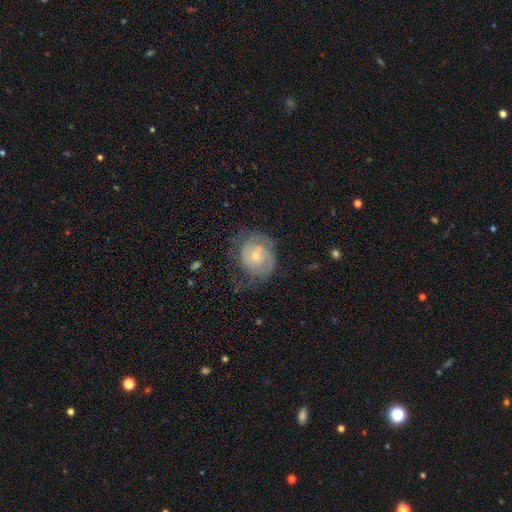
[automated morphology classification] Smooth or featured? featured or disk (69%)
Edge-on disk? no (98%)
Bar? no (70%)
Spiral arms? yes (86%)
Spiral winding? tight (54%)
Spiral arm count? 2 (52%)
Bulge size? small (57%)
Merging? none (56%)